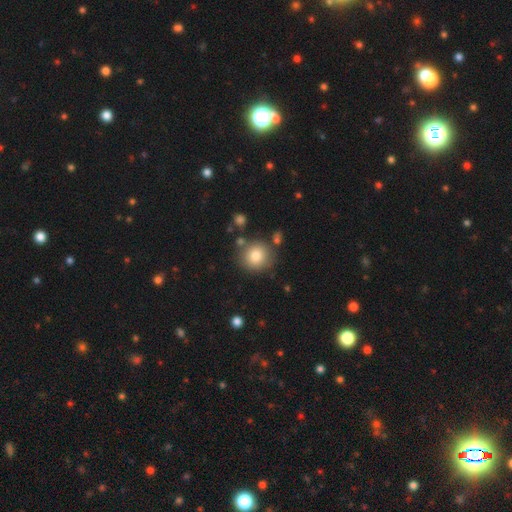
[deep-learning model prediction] The model was most divided on "merging": none: 80%, minor disturbance: 10%, merger: 7%, major disturbance: 3%. More confident: how rounded — round (92%); smooth or featured — smooth (81%).